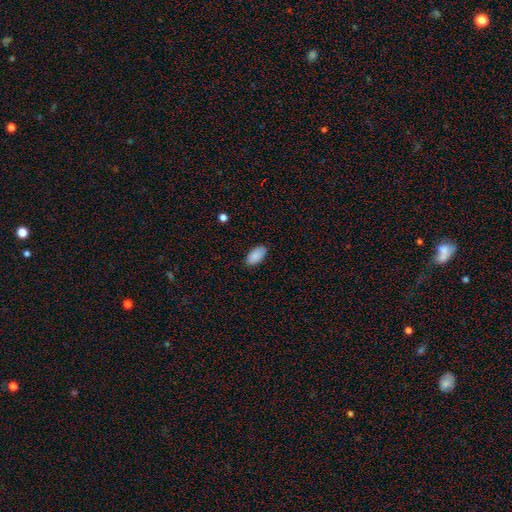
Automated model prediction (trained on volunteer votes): This is clearly a smooth galaxy (89%). How rounded: clearly in between (95%). Merging: clearly none (85%).